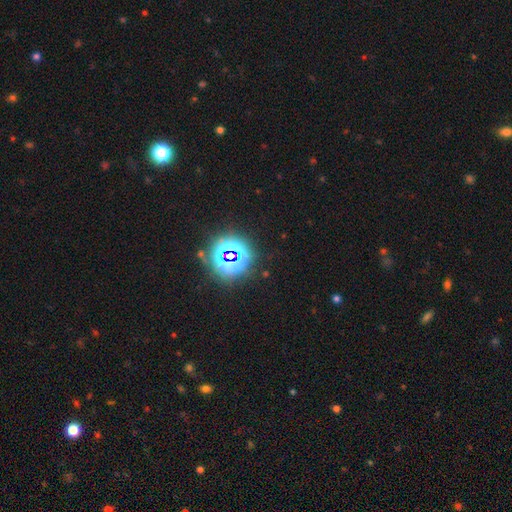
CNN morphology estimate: Overall: star or artifact (83%).